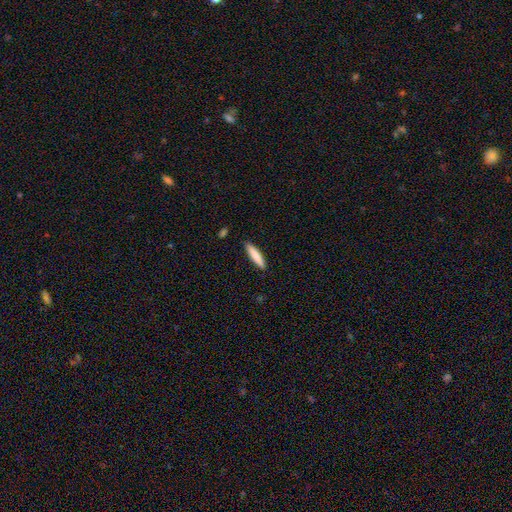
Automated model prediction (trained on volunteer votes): The model was most divided on "how rounded": cigar-shaped: 84%, in between: 15%, round: 1%. More confident: merging — none (89%); smooth or featured — smooth (83%).